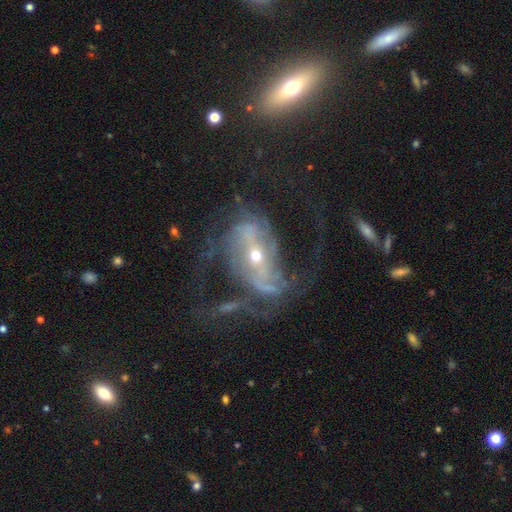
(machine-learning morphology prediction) Smooth or featured?
  - featured or disk: 85% *
  - star or artifact: 8%
  - smooth: 7%
Edge-on disk?
  - no: 94% *
  - yes: 6%
Bar?
  - strong: 49% *
  - weak: 30%
  - no: 21%
Spiral arms?
  - yes: 89% *
  - no: 11%
Spiral winding?
  - medium: 42% *
  - loose: 39%
  - tight: 19%
Spiral arm count?
  - 2: 64% *
  - can't tell: 16%
  - 3: 9%
  - 1: 4%
  - 4: 4%
  - more than 4: 3%
Bulge size?
  - small: 60% *
  - moderate: 36%
  - large: 2%
  - none: 1%
  - dominant: 1%
Merging?
  - none: 46% *
  - major disturbance: 33%
  - minor disturbance: 16%
  - merger: 5%